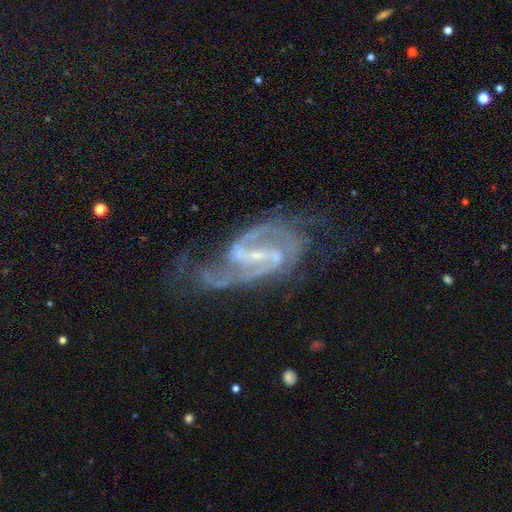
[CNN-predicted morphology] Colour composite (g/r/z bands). It shows a featured or disk galaxy (92%) with a strong bar (47%), 2 (84%) medium (58%) spiral arms (98%) and a small central bulge (74%). Merging: none (58%).